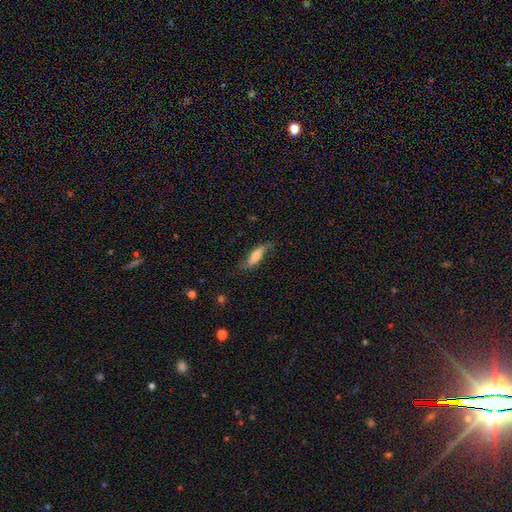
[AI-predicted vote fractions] The model was most divided on "smooth or featured": featured or disk: 51%, smooth: 42%, star or artifact: 7%. More confident: merging — none (66%); edge-on disk — no (65%).